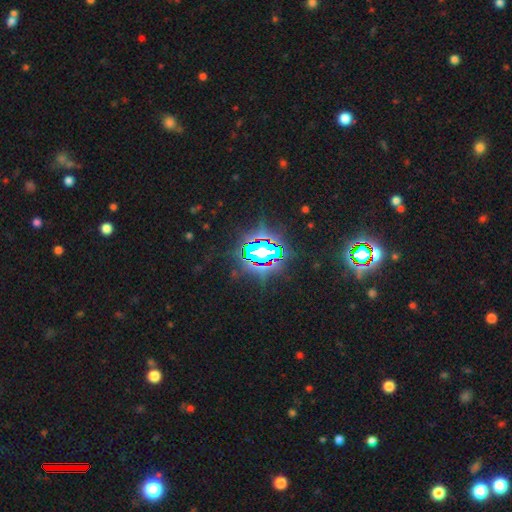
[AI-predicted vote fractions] Smooth or featured? Predicted: star or artifact (p=0.79).